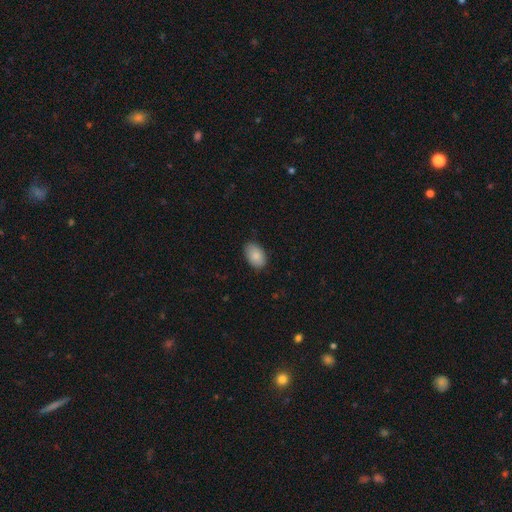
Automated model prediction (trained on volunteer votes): Morphology: type=smooth (87%); roundness=in between (90%); merging=none (86%).